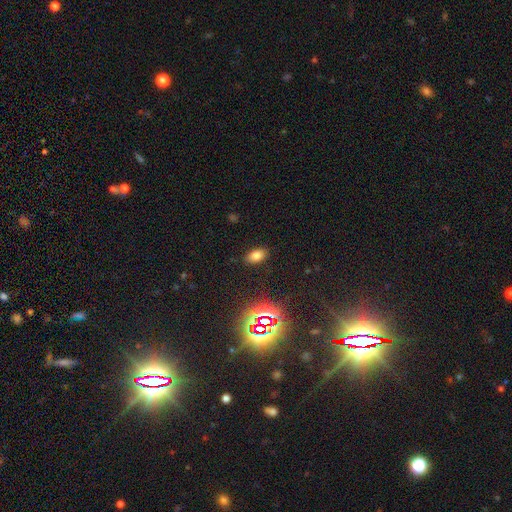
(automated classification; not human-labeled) This is likely a smooth galaxy (73%). How rounded: clearly in between (91%). Merging: clearly none (87%).